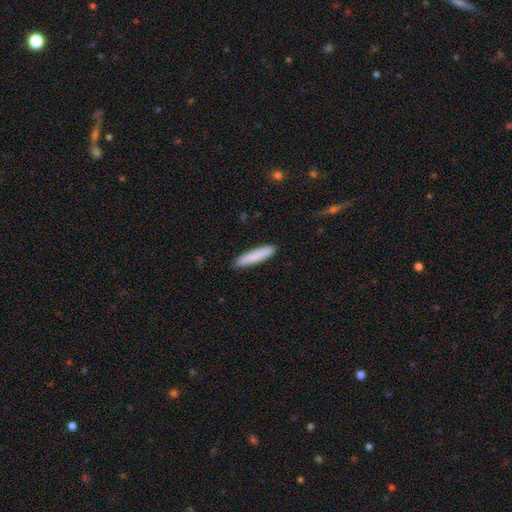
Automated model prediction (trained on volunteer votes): Smooth or featured? Predicted: smooth (p=0.85). How rounded? Predicted: cigar-shaped (p=0.88). Merging? Predicted: none (p=0.90).